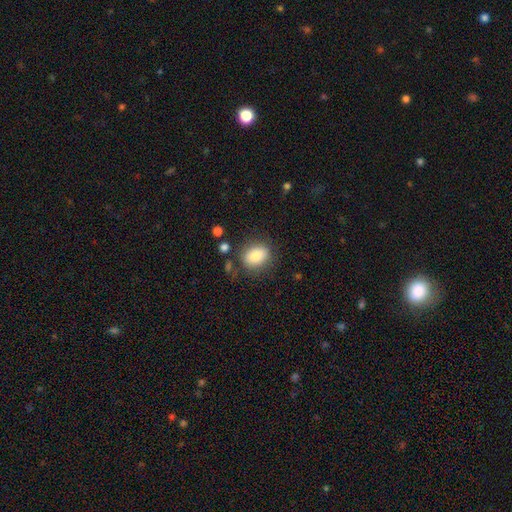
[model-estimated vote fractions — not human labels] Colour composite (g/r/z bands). It shows a smooth galaxy with no disk features (82%) that is in between round and cigar-shaped (54%). Merging: none (77%).